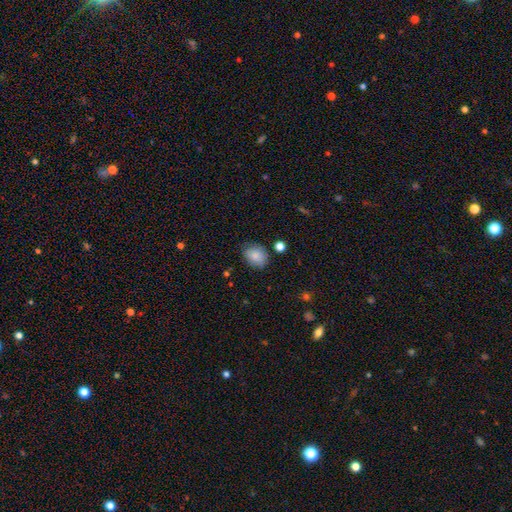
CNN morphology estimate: Smooth or featured? Predicted: smooth (p=0.84). How rounded? Predicted: in between (p=0.52). Merging? Predicted: none (p=0.76).